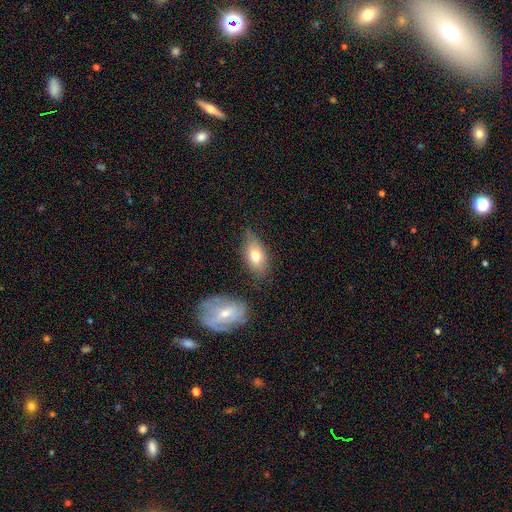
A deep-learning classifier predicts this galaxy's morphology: Smooth or featured? smooth (71%)
How rounded? in between (88%)
Merging? none (69%)